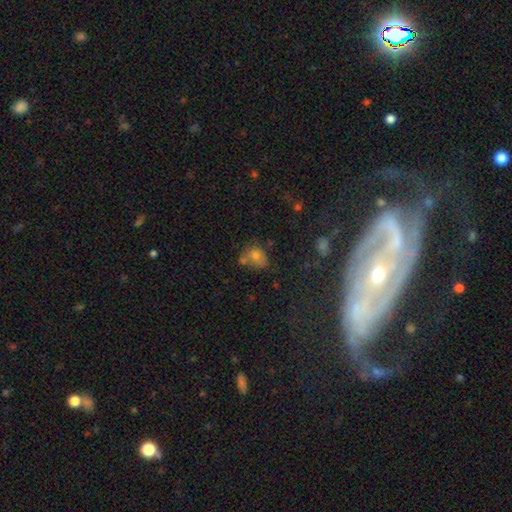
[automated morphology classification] type=smooth (65%); roundness=round (53%); merging=none (47%).